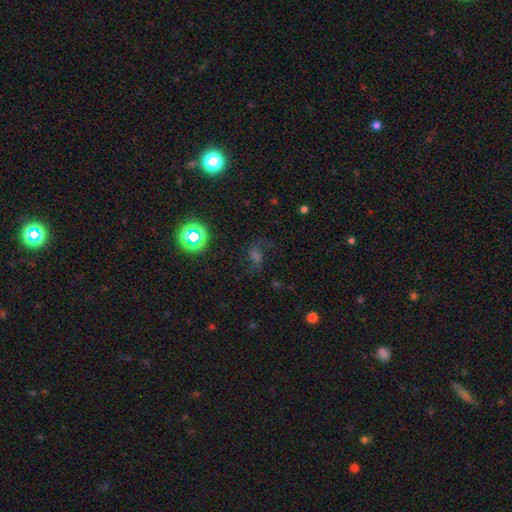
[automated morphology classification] star or artifact 36%, featured or disk 35%, smooth 29%.